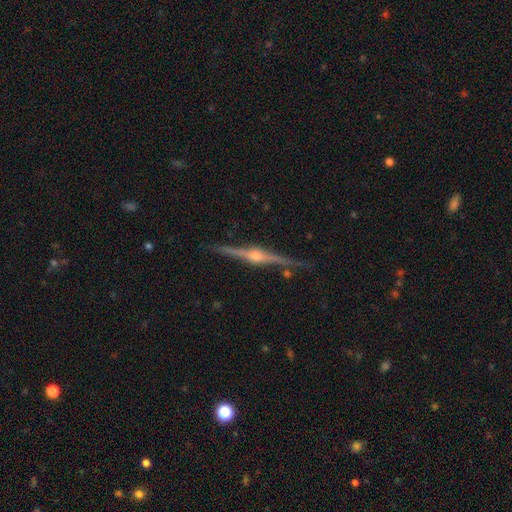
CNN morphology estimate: smooth-or-featured: featured or disk: 88% | smooth: 6% | star or artifact: 5%
  disk-edge-on: yes: 98% | no: 2%
    edge-on-bulge: rounded: 92% | boxy: 5% | none: 4%
  merging: none: 88% | minor disturbance: 9% | major disturbance: 2% | merger: 1%